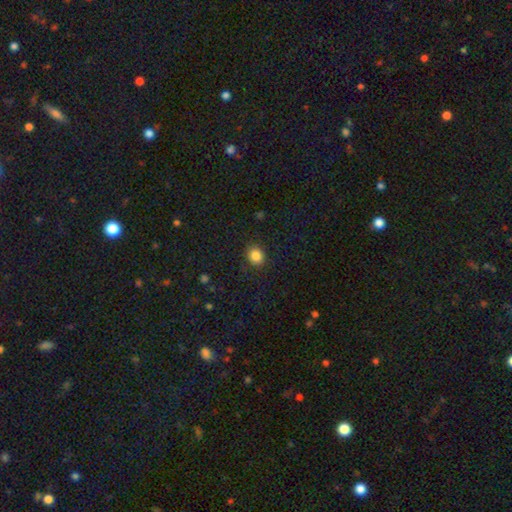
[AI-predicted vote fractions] The model was most divided on "how rounded": round: 75%, in between: 24%, cigar-shaped: 1%. More confident: merging — none (89%); smooth or featured — smooth (86%).